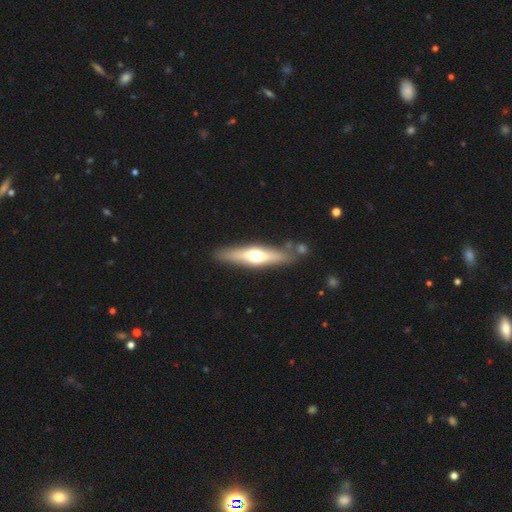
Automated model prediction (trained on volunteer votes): Smooth or featured? featured or disk (54%)
Edge-on disk? yes (89%)
Merging? none (81%)